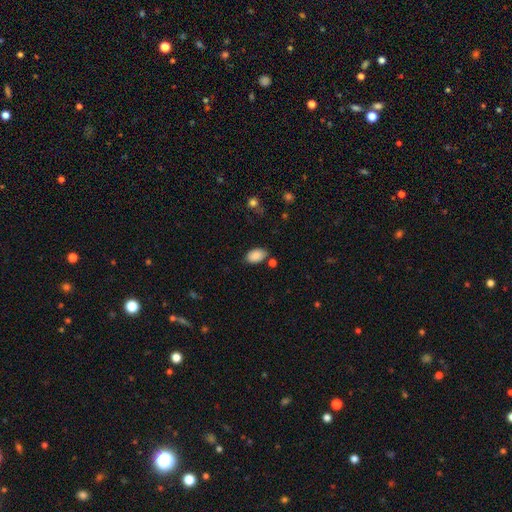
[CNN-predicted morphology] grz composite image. It shows a smooth galaxy with no disk features (87%) that is in between round and cigar-shaped (92%). Merging: none (76%).